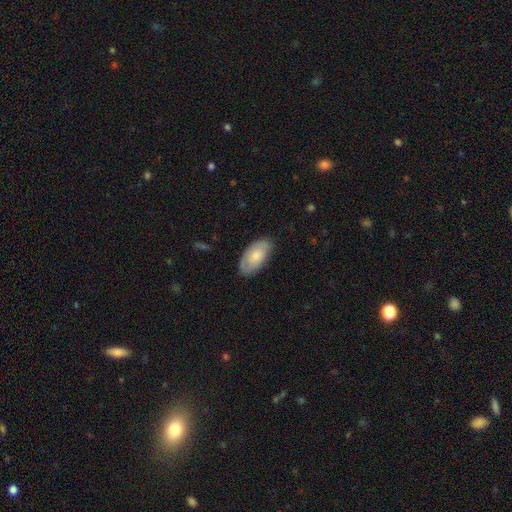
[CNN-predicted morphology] Smooth or featured? smooth (69%)
How rounded? in between (95%)
Merging? none (78%)